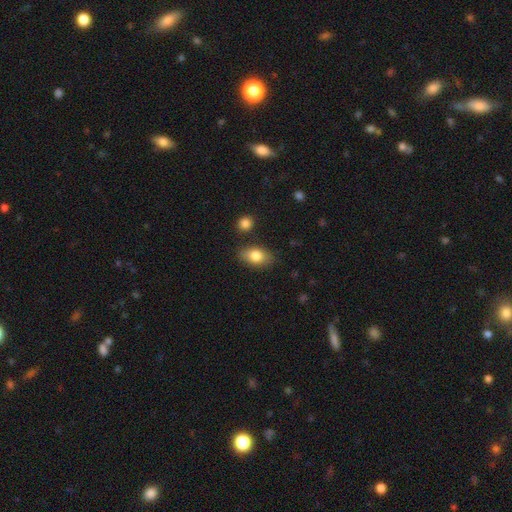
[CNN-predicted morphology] Overall: smooth (82%). How rounded: in between (87%). Merging: none (81%).